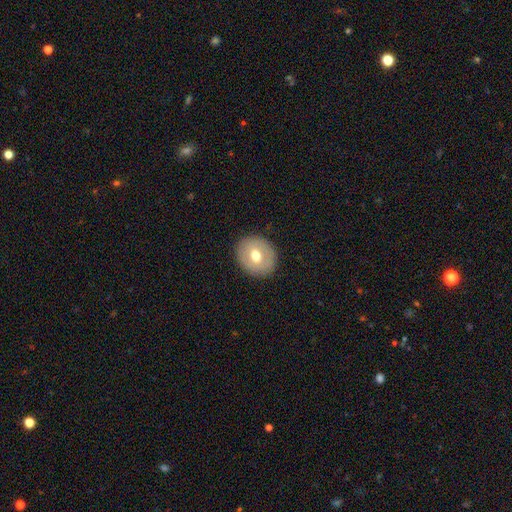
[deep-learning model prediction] Smooth or featured: smooth — 63% (featured or disk — 29%)
How rounded: round — 69% (in between — 30%)
Merging: none — 88% (minor disturbance — 8%)